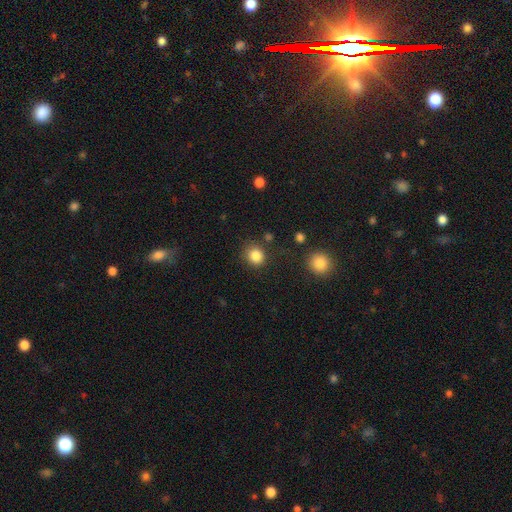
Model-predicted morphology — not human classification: Smooth or featured? Predicted: smooth (p=0.85). How rounded? Predicted: round (p=0.83). Merging? Predicted: none (p=0.82).